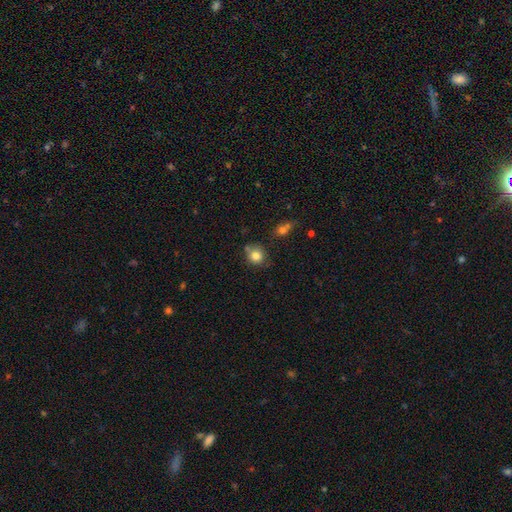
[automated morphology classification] Smooth or featured? smooth (81%)
How rounded? round (80%)
Merging? none (64%)